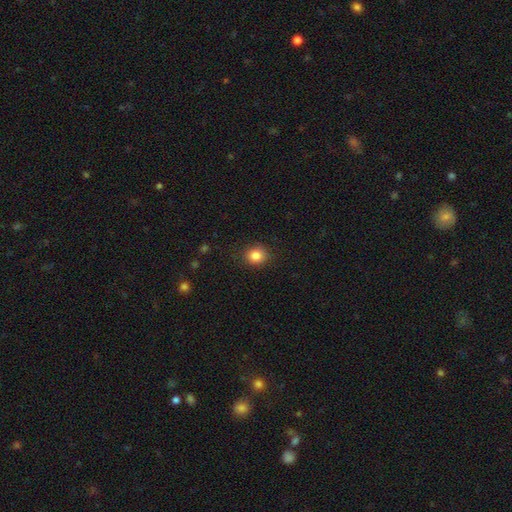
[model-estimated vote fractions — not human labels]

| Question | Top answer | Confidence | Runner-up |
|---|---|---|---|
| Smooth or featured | smooth | 84% | star or artifact (11%) |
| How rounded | round | 77% | in between (23%) |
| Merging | none | 88% | minor disturbance (9%) |